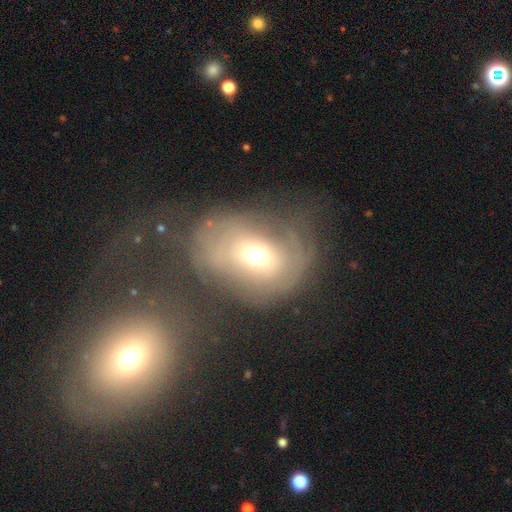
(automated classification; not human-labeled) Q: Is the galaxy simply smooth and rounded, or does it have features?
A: featured or disk — 45%.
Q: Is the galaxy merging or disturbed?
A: none — 35%, tied with major disturbance.